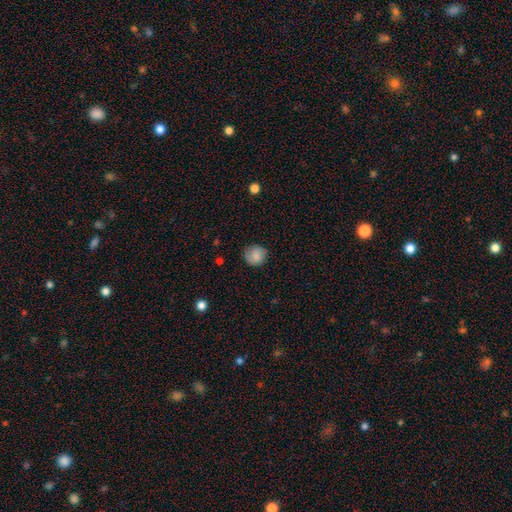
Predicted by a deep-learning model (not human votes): smooth 83%, featured or disk 8%, star or artifact 8%. Down the decision tree: how rounded — round (86%); merging — none (80%).